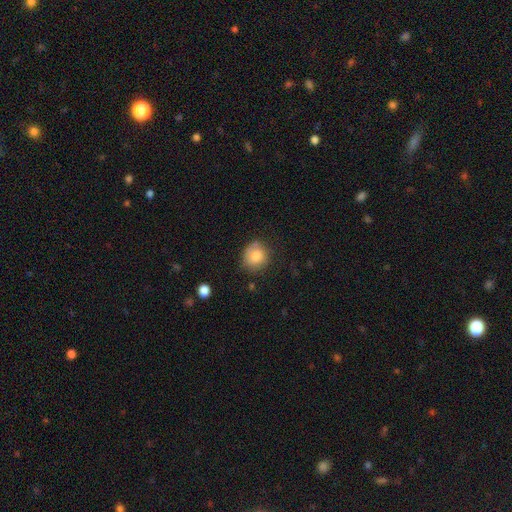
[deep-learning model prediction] Smooth or featured? Predicted: smooth (p=0.79). How rounded? Predicted: round (p=0.78). Merging? Predicted: none (p=0.67).